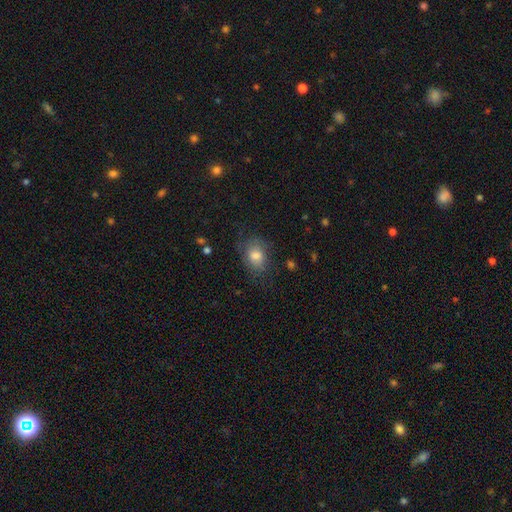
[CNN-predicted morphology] Smooth or featured? Predicted: smooth (p=0.76). How rounded? Predicted: in between (p=0.64). Merging? Predicted: none (p=0.68).